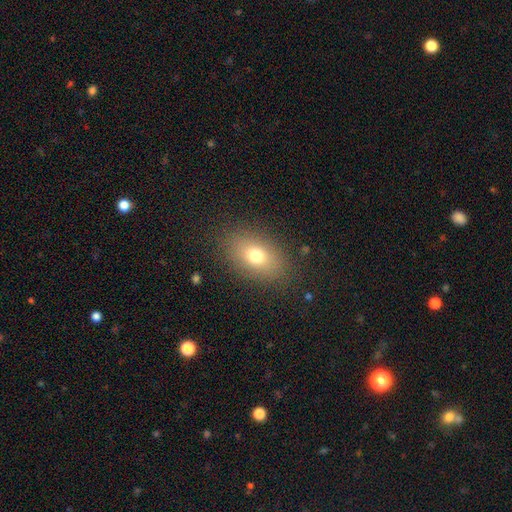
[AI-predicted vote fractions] smooth-or-featured: smooth: 73% | featured or disk: 15% | star or artifact: 12%
  how-rounded: in between: 81% | round: 17% | cigar-shaped: 2%
  merging: none: 84% | minor disturbance: 10% | major disturbance: 5% | merger: 1%